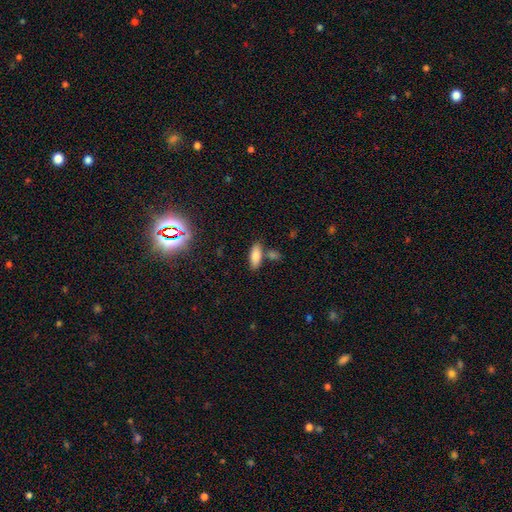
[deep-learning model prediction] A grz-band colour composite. It shows a smooth galaxy with no disk features (82%) that is in between round and cigar-shaped (79%). Merging: none (69%).